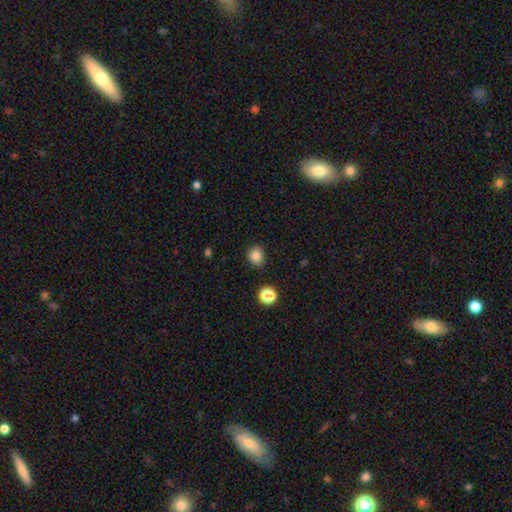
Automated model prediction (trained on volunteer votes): Q: Smooth or featured?
A: smooth (84%); runner-up: star or artifact (12%)
Q: How rounded?
A: round (69%); runner-up: in between (30%)
Q: Merging?
A: none (84%); runner-up: minor disturbance (11%)